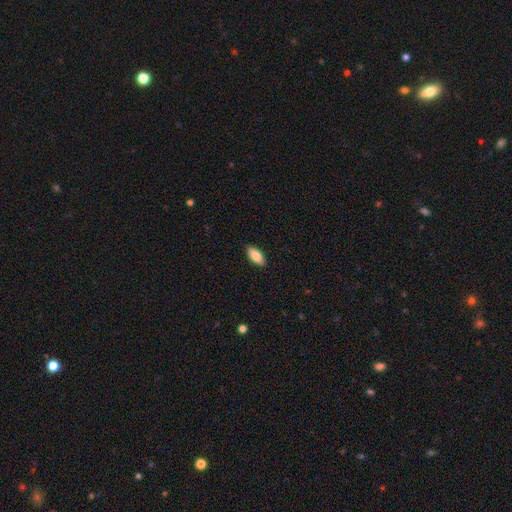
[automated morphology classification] smooth 81%, featured or disk 12%, star or artifact 6%. Down the decision tree: how rounded — in between (86%); merging — none (89%).